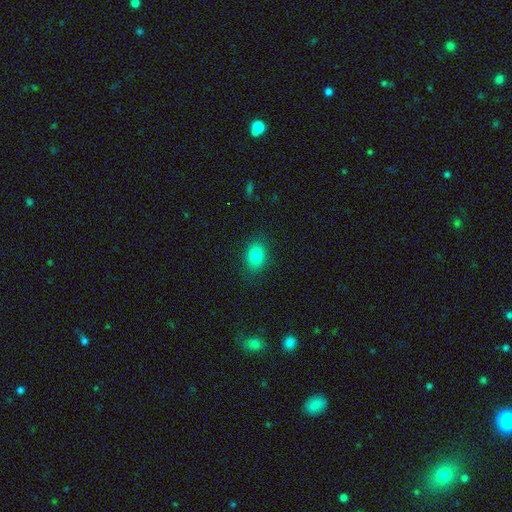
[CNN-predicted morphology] type=smooth (82%); roundness=in between (73%); merging=none (86%).